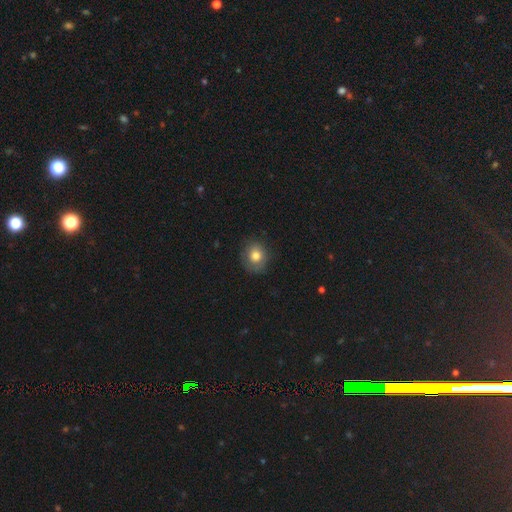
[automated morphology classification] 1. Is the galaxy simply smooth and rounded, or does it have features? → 78% smooth, 12% featured or disk, 10% star or artifact.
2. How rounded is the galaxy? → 76% round, 23% in between, 1% cigar-shaped.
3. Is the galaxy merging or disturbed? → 80% none, 15% minor disturbance, 4% major disturbance, 1% merger.